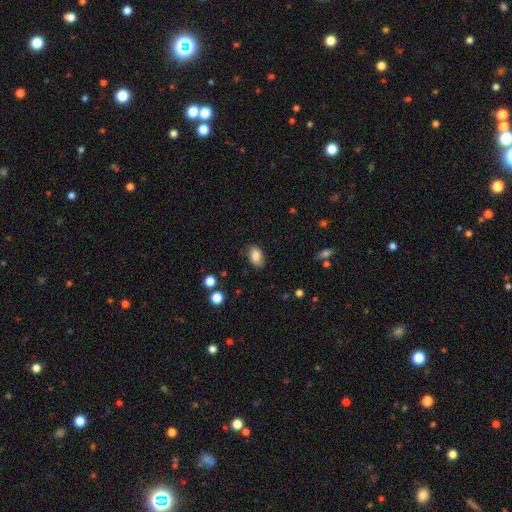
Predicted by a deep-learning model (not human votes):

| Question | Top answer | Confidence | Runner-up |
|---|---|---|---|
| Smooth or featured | smooth | 85% | star or artifact (8%) |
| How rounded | in between | 87% | round (12%) |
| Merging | none | 78% | minor disturbance (17%) |